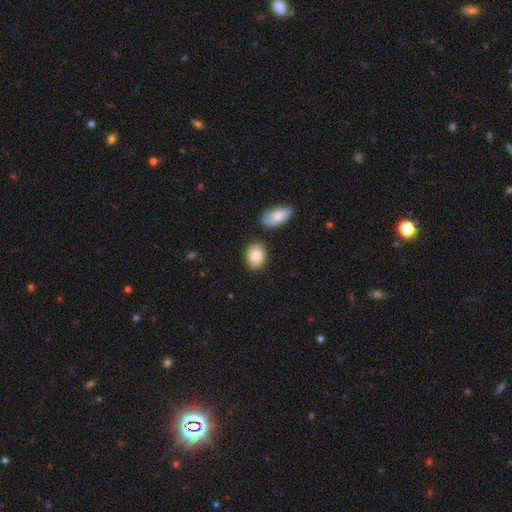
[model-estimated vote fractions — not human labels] The model was most divided on "how rounded": in between: 64%, round: 35%, cigar-shaped: 1%. More confident: smooth or featured — smooth (83%); merging — none (80%).